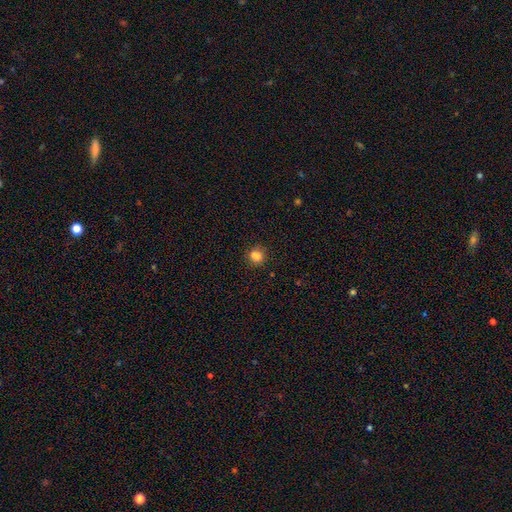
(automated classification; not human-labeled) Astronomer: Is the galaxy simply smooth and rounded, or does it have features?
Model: smooth — 81%.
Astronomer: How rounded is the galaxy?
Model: round — 74%.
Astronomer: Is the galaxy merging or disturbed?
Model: none — 77%.